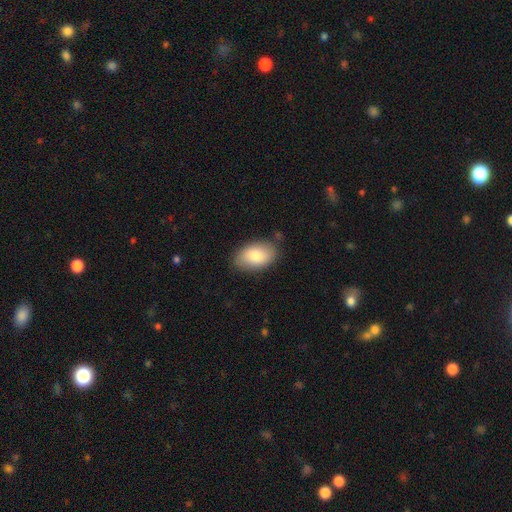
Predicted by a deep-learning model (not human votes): Smooth or featured?
  - smooth: 80% *
  - featured or disk: 14%
  - star or artifact: 6%
How rounded?
  - in between: 93% *
  - round: 6%
  - cigar-shaped: 1%
Merging?
  - none: 81% *
  - minor disturbance: 14%
  - major disturbance: 3%
  - merger: 2%